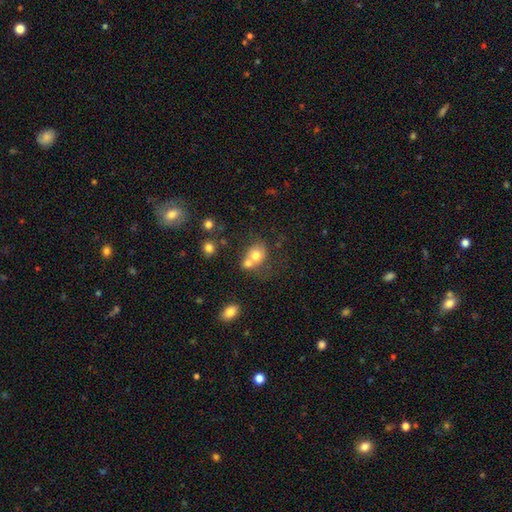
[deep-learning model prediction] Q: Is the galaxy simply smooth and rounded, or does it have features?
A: smooth — 70%.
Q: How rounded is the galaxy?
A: round — 64%.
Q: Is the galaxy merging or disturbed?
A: merger — 51%.